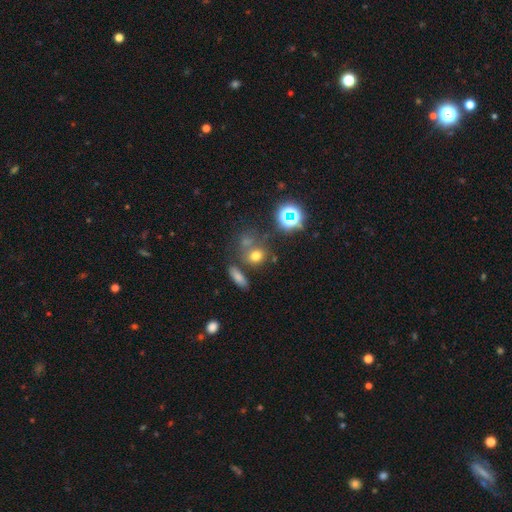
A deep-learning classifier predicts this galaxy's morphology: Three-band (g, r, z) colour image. It shows a smooth galaxy with no disk features (66%) that is round (63%). Merging: none (61%).